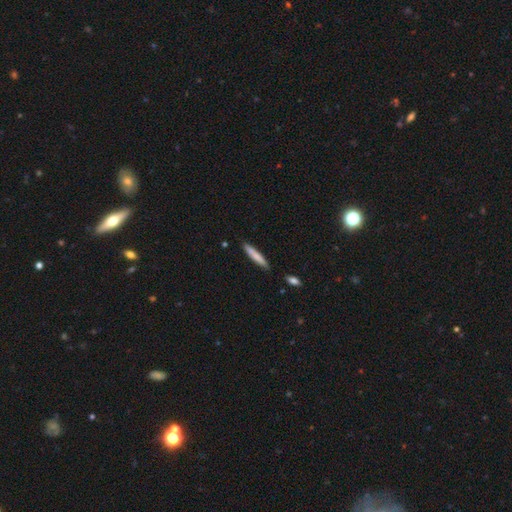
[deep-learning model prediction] Q: Smooth or featured?
A: smooth (76%); runner-up: featured or disk (18%)
Q: How rounded?
A: cigar-shaped (92%); runner-up: in between (6%)
Q: Merging?
A: none (86%); runner-up: minor disturbance (10%)